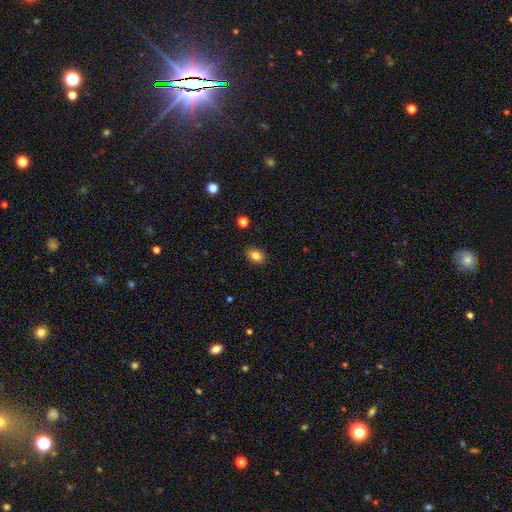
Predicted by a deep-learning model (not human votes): Q: Smooth or featured?
A: smooth (84%); runner-up: star or artifact (10%)
Q: How rounded?
A: in between (66%); runner-up: round (33%)
Q: Merging?
A: none (88%); runner-up: minor disturbance (9%)